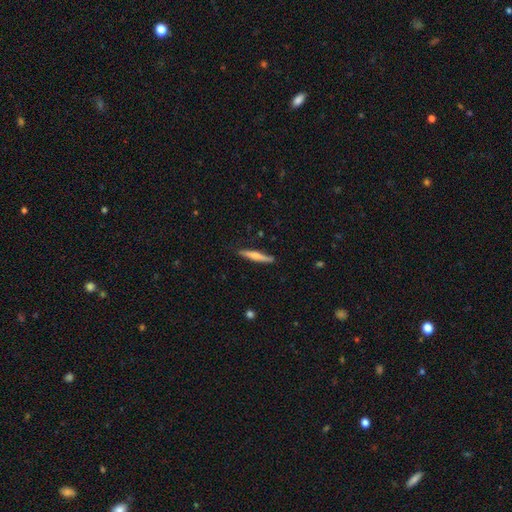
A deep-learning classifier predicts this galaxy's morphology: Overall: smooth (59%; featured or disk 36%). How rounded: cigar-shaped (92%). Merging: none (83%).